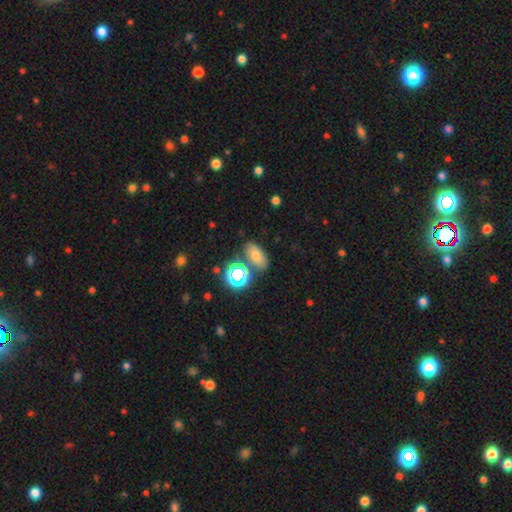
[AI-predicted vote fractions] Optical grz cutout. It shows a smooth galaxy with no disk features (62%) that is in between round and cigar-shaped (81%). Merging: none (76%).